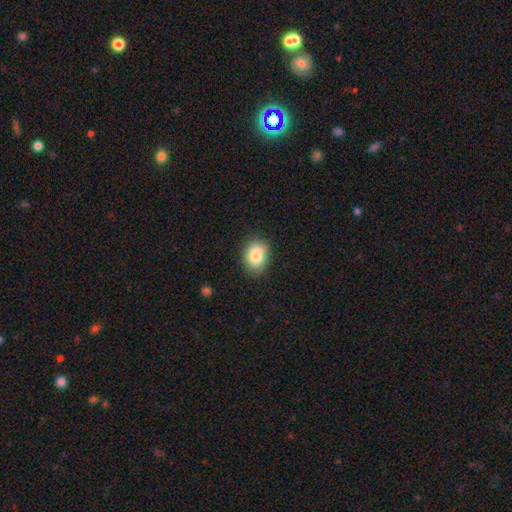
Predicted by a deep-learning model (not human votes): Smooth or featured? smooth (84%)
How rounded? in between (69%)
Merging? none (84%)